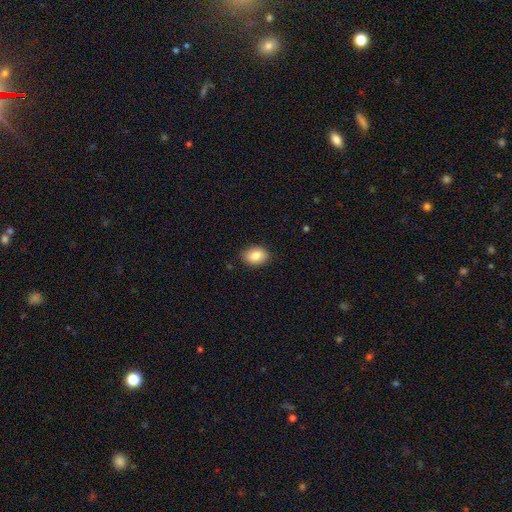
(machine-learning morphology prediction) Smooth or featured? smooth (83%)
How rounded? in between (68%)
Merging? none (86%)